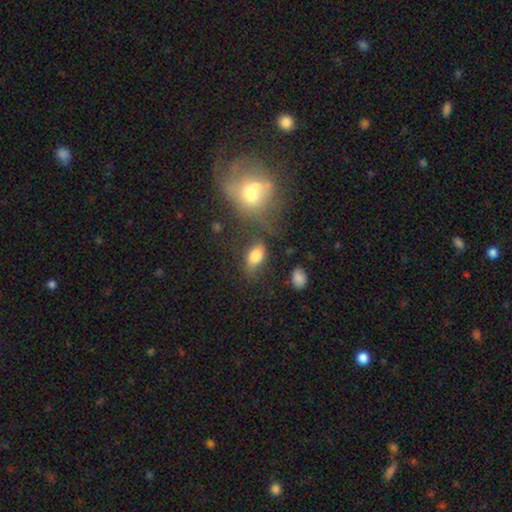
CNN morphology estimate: smooth_or_featured: smooth (p=0.79) [alt: featured or disk p=0.12]
how_rounded: in between (p=0.89) [alt: round p=0.09]
merging: none (p=0.53) [alt: minor disturbance p=0.22]